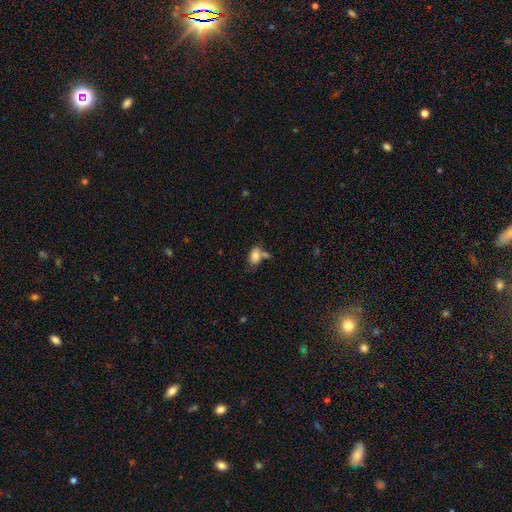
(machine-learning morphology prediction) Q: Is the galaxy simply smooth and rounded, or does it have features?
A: smooth — 79%.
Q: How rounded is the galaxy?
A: in between — 83%.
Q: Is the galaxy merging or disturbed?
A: none — 42%.